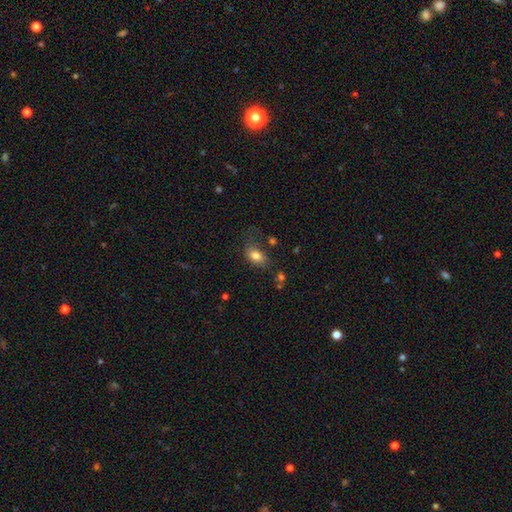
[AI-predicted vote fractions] A smooth galaxy with no disk features (81%) that is in between round and cigar-shaped (84%). Merging: none (54%).